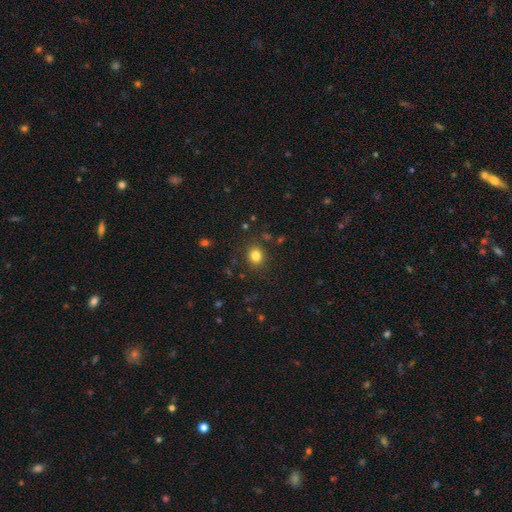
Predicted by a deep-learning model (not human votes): smooth_or_featured: smooth (p=0.82) [alt: star or artifact p=0.12]
how_rounded: round (p=0.66) [alt: in between p=0.33]
merging: none (p=0.87) [alt: minor disturbance p=0.08]